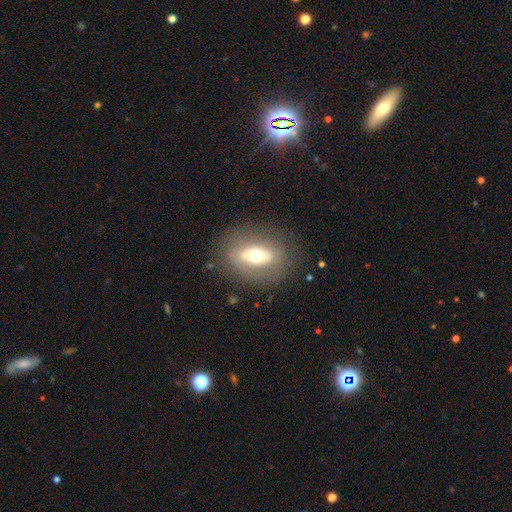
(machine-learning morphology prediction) A smooth galaxy with no disk features (48%). Merging: none (79%).